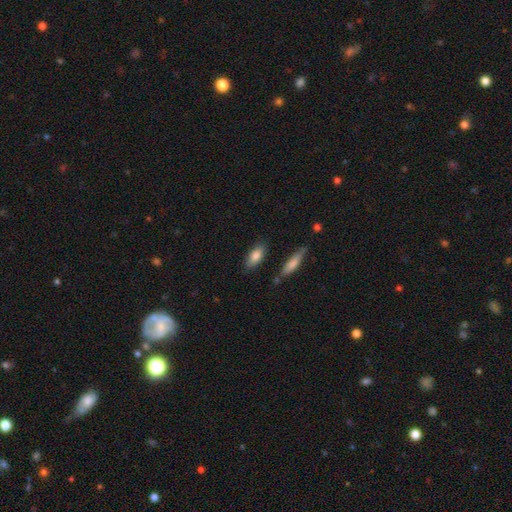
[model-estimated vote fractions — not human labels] Morphology: type=smooth (81%); roundness=in between (78%); merging=none (81%).